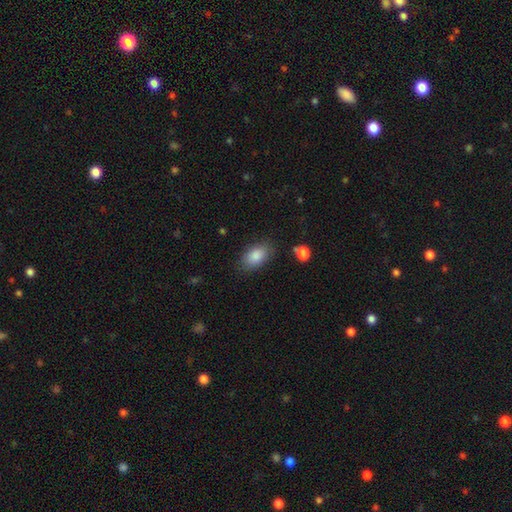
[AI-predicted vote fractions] Overall: smooth (87%). How rounded: in between (91%). Merging: none (80%).